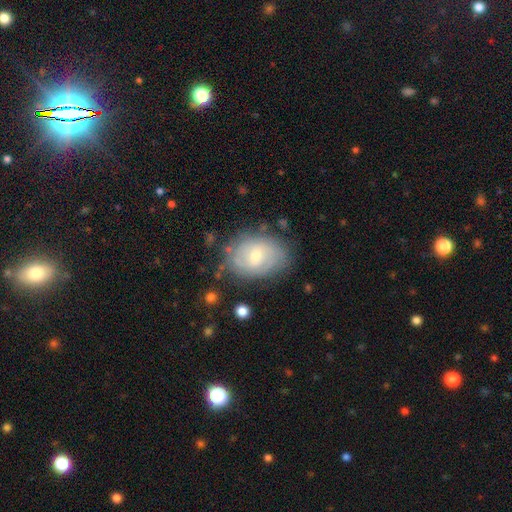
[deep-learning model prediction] Smooth or featured? Predicted: featured or disk (p=0.58). Edge-on disk? Predicted: no (p=0.96). Bar? Predicted: no (p=0.50). Spiral arms? Predicted: yes (p=0.73). Bulge size? Predicted: small (p=0.52). Merging? Predicted: none (p=0.71).